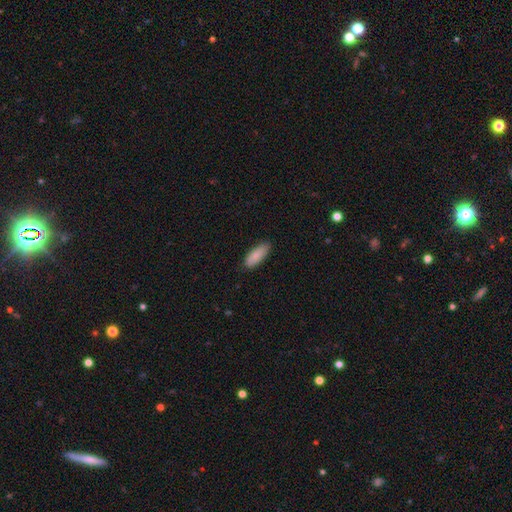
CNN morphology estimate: A smooth galaxy with no disk features (88%) that is in between round and cigar-shaped (72%). Merging: none (85%).